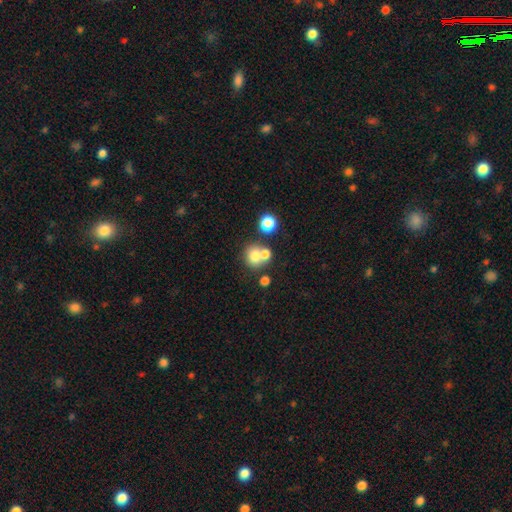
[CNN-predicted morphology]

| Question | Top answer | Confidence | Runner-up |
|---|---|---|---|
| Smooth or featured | smooth | 73% | featured or disk (14%) |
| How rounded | round | 79% | in between (20%) |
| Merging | none | 46% | merger (42%) |